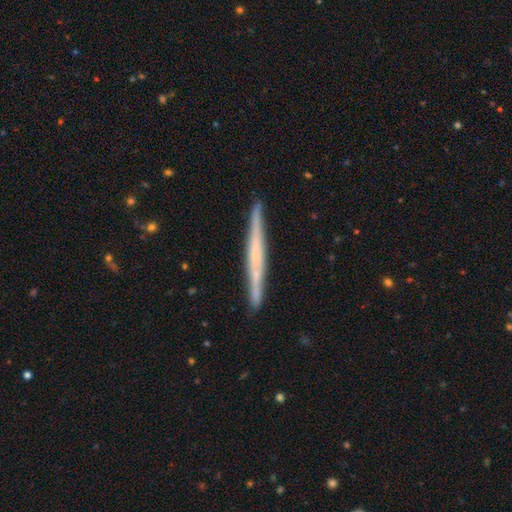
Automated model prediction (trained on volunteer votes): Overall: featured or disk (60%; smooth 34%). Edge-on disk: yes (97%). Edge-on bulge: none (73%). Merging: none (90%).